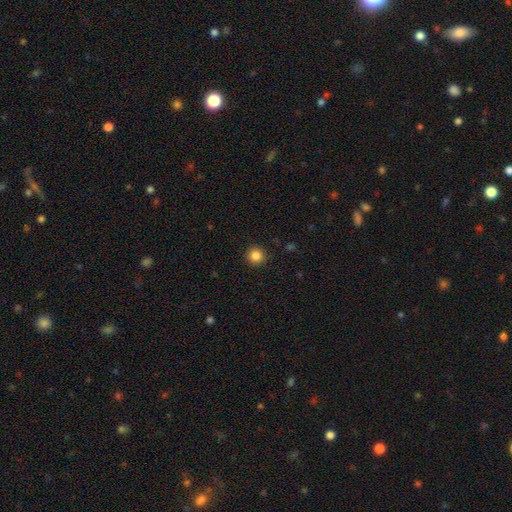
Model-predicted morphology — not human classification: Smooth or featured?
  - smooth: 85% *
  - star or artifact: 11%
  - featured or disk: 4%
How rounded?
  - round: 95% *
  - in between: 4%
  - cigar-shaped: 1%
Merging?
  - none: 92% *
  - minor disturbance: 5%
  - major disturbance: 2%
  - merger: 1%